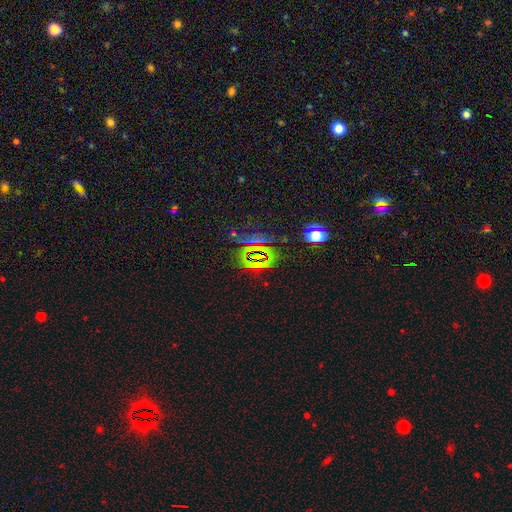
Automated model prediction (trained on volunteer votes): The model was most divided on "smooth or featured": star or artifact: 74%, smooth: 16%, featured or disk: 10%.